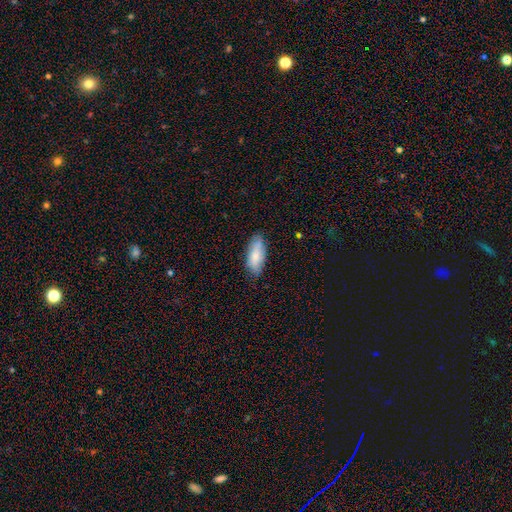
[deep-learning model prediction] smooth-or-featured: smooth: 80% | featured or disk: 13% | star or artifact: 6%
  how-rounded: in between: 79% | cigar-shaped: 19% | round: 2%
  merging: none: 77% | minor disturbance: 19% | major disturbance: 3% | merger: 1%